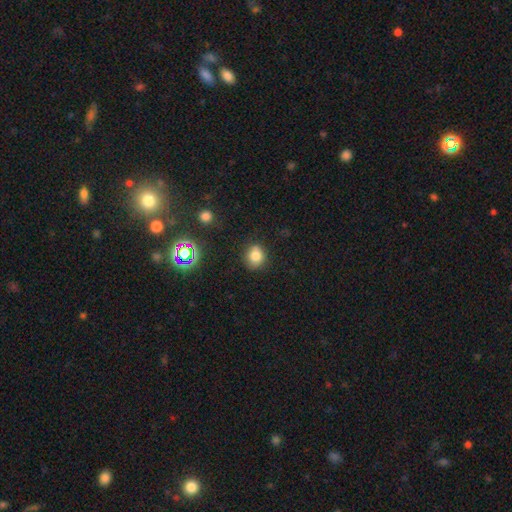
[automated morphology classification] Smooth or featured? smooth (79%)
How rounded? round (74%)
Merging? none (80%)